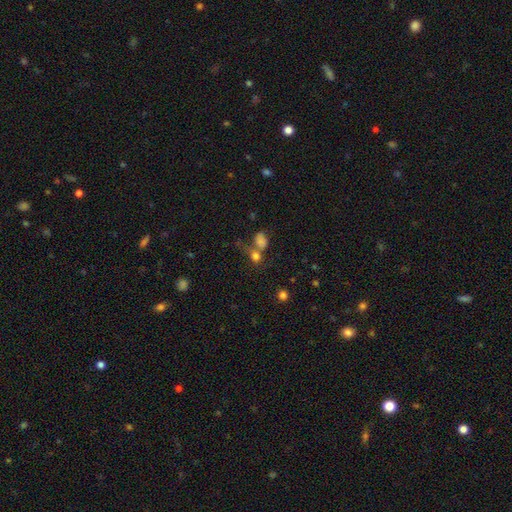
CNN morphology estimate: This appears to be a smooth galaxy with no disk features (74%) that is round (54%). Merging: merger (47%).